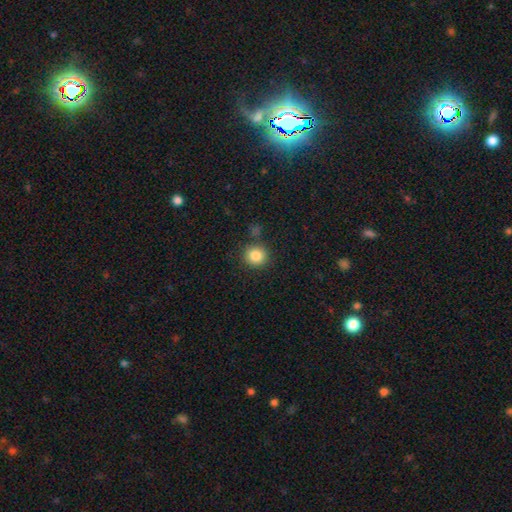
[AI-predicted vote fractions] This appears to be a smooth galaxy with no disk features (85%) that is round (90%). Merging: none (84%).